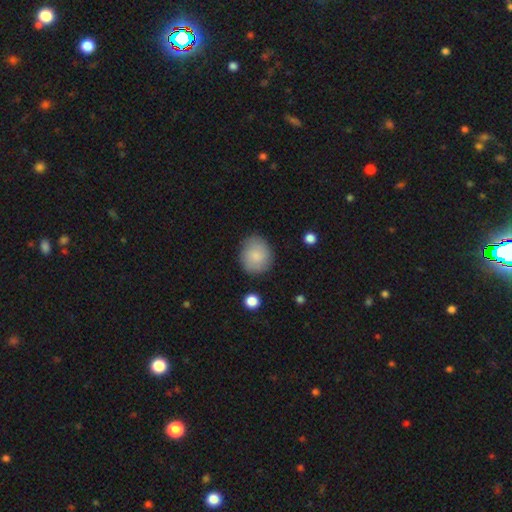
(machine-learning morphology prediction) The model was most divided on "how rounded": round: 78%, in between: 21%, cigar-shaped: 1%. More confident: merging — none (82%); smooth or featured — smooth (82%).